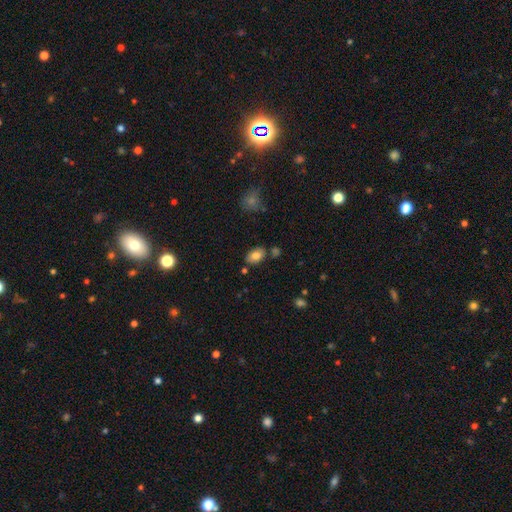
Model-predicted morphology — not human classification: This appears to be a smooth galaxy with no disk features (82%) that is in between round and cigar-shaped (89%). Merging: none (76%).